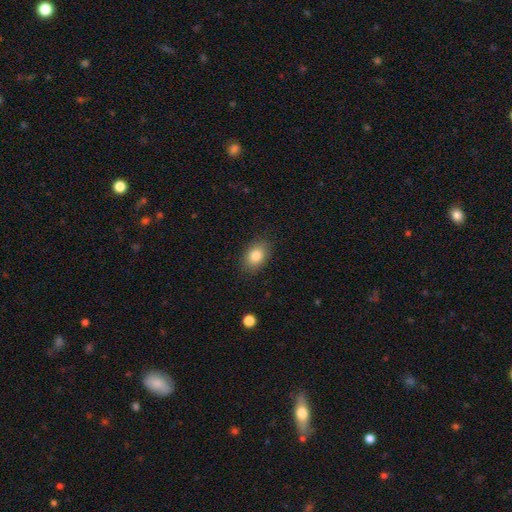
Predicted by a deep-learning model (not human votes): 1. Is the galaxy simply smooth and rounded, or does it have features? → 84% smooth, 9% star or artifact, 8% featured or disk.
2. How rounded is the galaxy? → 78% in between, 21% round, 1% cigar-shaped.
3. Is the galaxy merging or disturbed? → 86% none, 10% minor disturbance, 3% major disturbance, 1% merger.